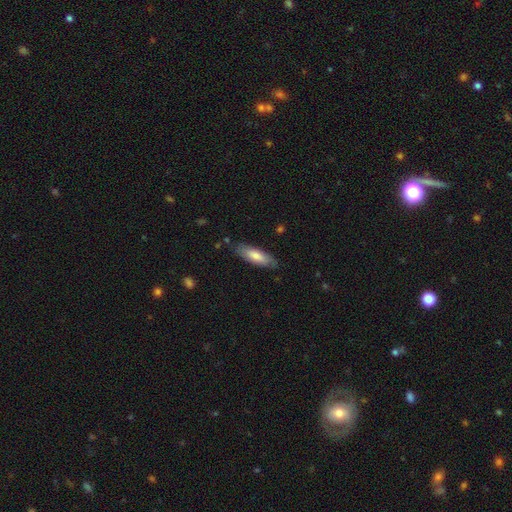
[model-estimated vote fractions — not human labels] Smooth or featured? Predicted: smooth (p=0.70). How rounded? Predicted: in between (p=0.52). Merging? Predicted: none (p=0.81).